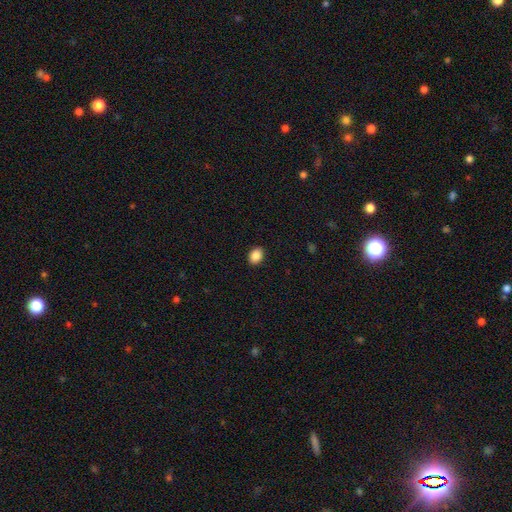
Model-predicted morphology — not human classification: smooth_or_featured: smooth (p=0.89) [alt: star or artifact p=0.08]
how_rounded: in between (p=0.74) [alt: round p=0.25]
merging: none (p=0.91) [alt: minor disturbance p=0.06]